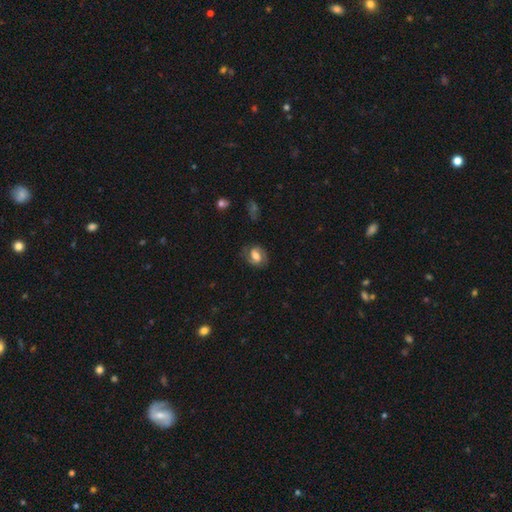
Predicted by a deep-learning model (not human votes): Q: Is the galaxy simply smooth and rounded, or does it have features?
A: featured or disk — 60%.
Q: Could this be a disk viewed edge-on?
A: no — 96%.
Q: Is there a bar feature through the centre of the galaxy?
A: weak — 45%.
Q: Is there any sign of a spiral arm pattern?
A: yes — 86%.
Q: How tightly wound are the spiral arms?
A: medium — 47%.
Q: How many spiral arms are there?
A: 2 — 86%.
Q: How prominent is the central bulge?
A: moderate — 51%.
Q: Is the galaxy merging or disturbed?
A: none — 76%.